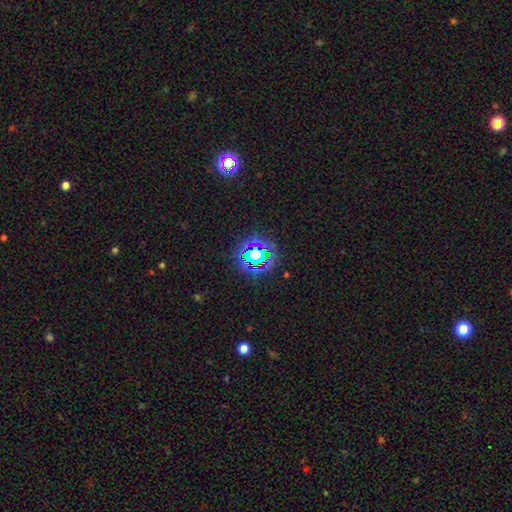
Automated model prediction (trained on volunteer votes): smooth_or_featured: star or artifact (p=0.68) [alt: smooth p=0.20]